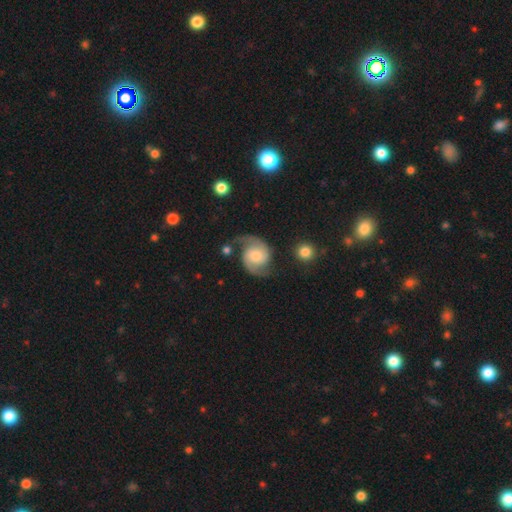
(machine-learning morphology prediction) Q: Smooth or featured?
A: featured or disk (87%); runner-up: smooth (8%)
Q: Edge-on disk?
A: no (98%); runner-up: yes (2%)
Q: Bar?
A: no (65%); runner-up: weak (29%)
Q: Spiral arms?
A: yes (98%); runner-up: no (2%)
Q: Spiral winding?
A: medium (53%); runner-up: loose (27%)
Q: Spiral arm count?
A: 2 (94%); runner-up: can't tell (2%)
Q: Bulge size?
A: moderate (41%); runner-up: small (25%)
Q: Merging?
A: none (71%); runner-up: minor disturbance (18%)